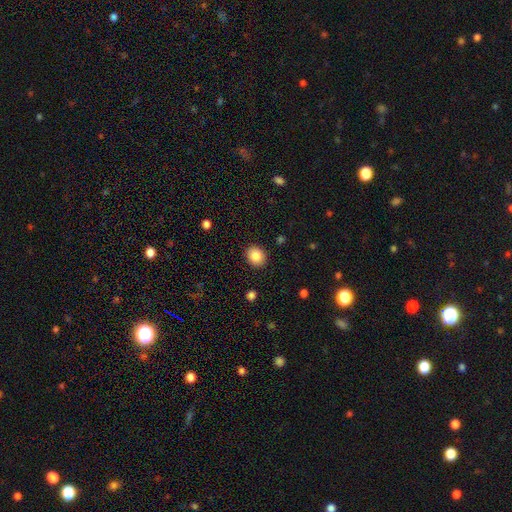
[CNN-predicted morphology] Smooth or featured?
  - smooth: 86% *
  - star or artifact: 9%
  - featured or disk: 6%
How rounded?
  - round: 66% *
  - in between: 33%
  - cigar-shaped: 1%
Merging?
  - none: 90% *
  - minor disturbance: 7%
  - major disturbance: 2%
  - merger: 1%